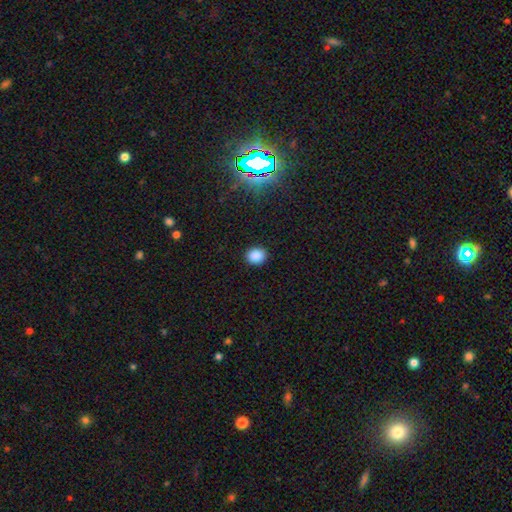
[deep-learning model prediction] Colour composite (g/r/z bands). It shows a smooth galaxy with no disk features (87%) that is round (73%). Merging: none (90%).